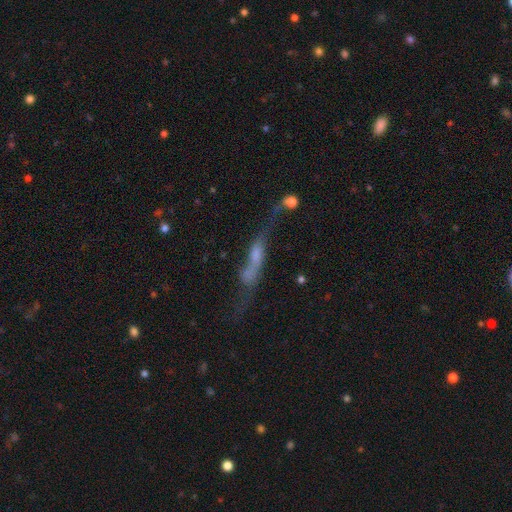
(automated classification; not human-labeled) Smooth or featured? Predicted: featured or disk (p=0.57). Edge-on disk? Predicted: no (p=0.53). Merging? Predicted: merger (p=0.31).